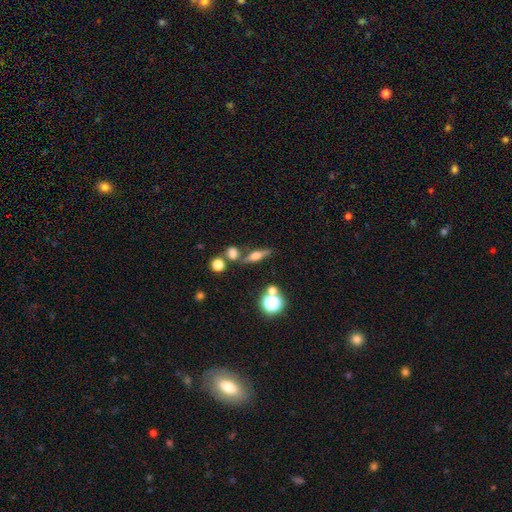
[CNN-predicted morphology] Smooth or featured: featured or disk — 46% (smooth — 42%)
Merging: none — 71% (merger — 14%)